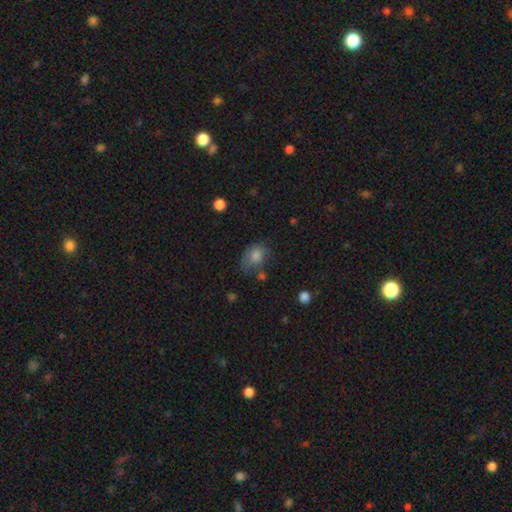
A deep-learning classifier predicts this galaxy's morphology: This is likely a smooth galaxy (77%). How rounded: likely in between (66%). Merging: possibly none (50%).